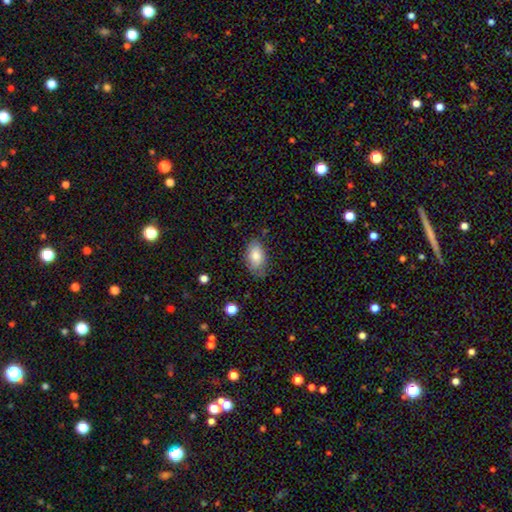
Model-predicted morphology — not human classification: This is clearly a smooth galaxy (83%). How rounded: clearly in between (92%). Merging: likely none (72%).